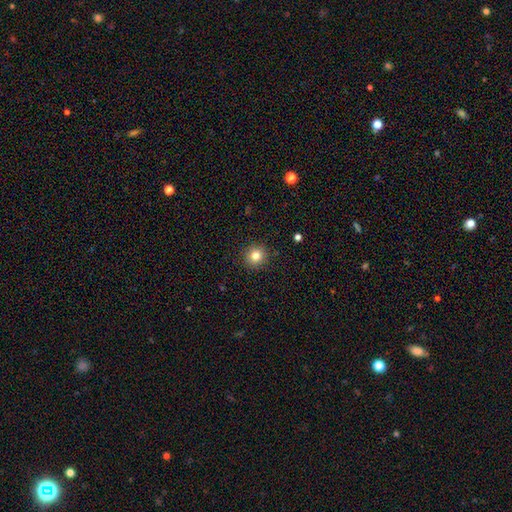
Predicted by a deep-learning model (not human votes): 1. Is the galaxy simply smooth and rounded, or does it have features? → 81% smooth, 12% star or artifact, 7% featured or disk.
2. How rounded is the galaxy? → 93% round, 6% in between, 1% cigar-shaped.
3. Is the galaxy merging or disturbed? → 91% none, 6% minor disturbance, 2% major disturbance, 1% merger.